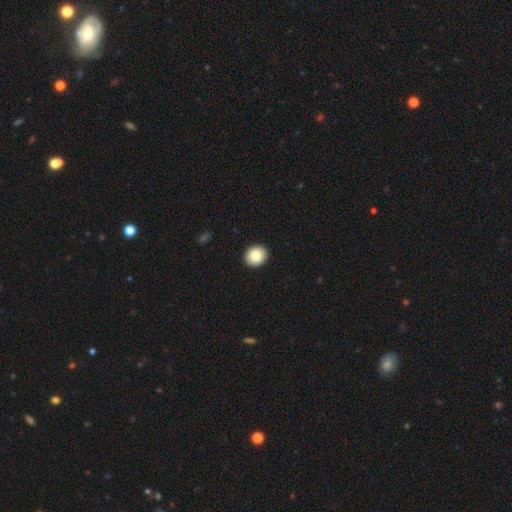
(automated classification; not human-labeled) Morphology: type=smooth (85%); roundness=round (76%); merging=none (92%).